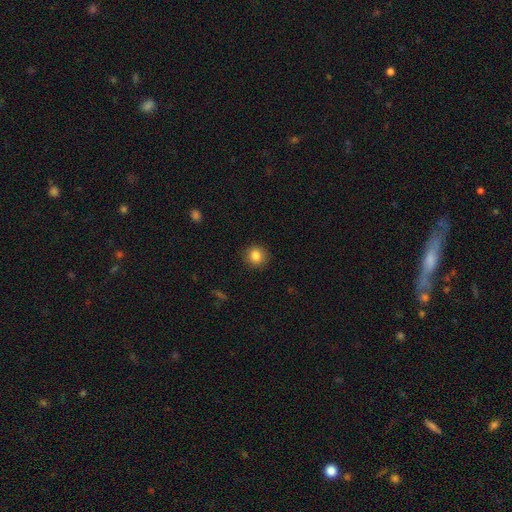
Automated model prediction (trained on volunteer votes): Smooth or featured? smooth (85%)
How rounded? round (87%)
Merging? none (90%)